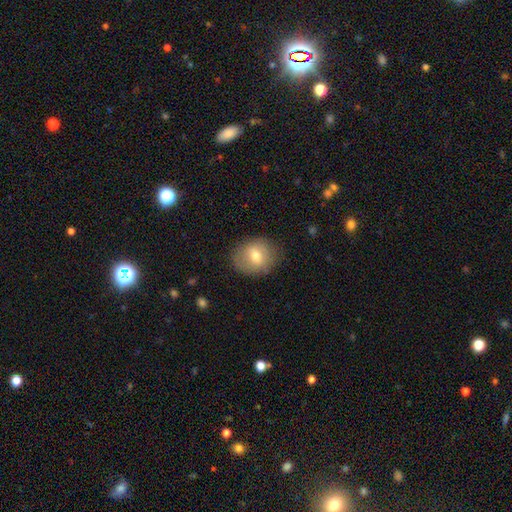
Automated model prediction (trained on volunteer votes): The model was most divided on "how rounded": round: 67%, in between: 32%, cigar-shaped: 1%. More confident: merging — none (81%); smooth or featured — smooth (67%).